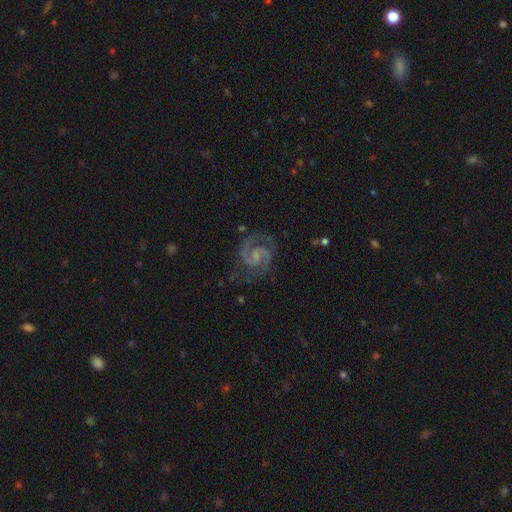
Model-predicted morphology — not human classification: type=featured or disk (93%); edge-on=no (98%); bar=weak (50%); spiral arms=yes (99%); winding=medium (62%); arm count=2 (94%); bulge=small (45%); merging=none (79%).